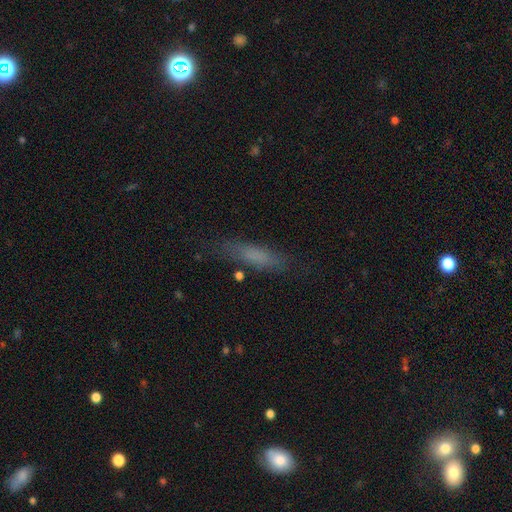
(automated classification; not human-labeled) Smooth or featured?
  - smooth: 70% *
  - featured or disk: 19%
  - star or artifact: 11%
How rounded?
  - cigar-shaped: 76% *
  - in between: 22%
  - round: 2%
Merging?
  - none: 76% *
  - minor disturbance: 16%
  - major disturbance: 6%
  - merger: 2%